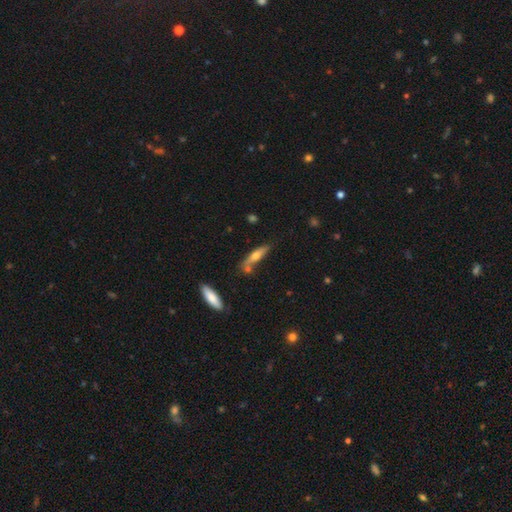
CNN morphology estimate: A smooth galaxy with no disk features (54%) that is cigar-shaped (76%). Merging: none (61%).